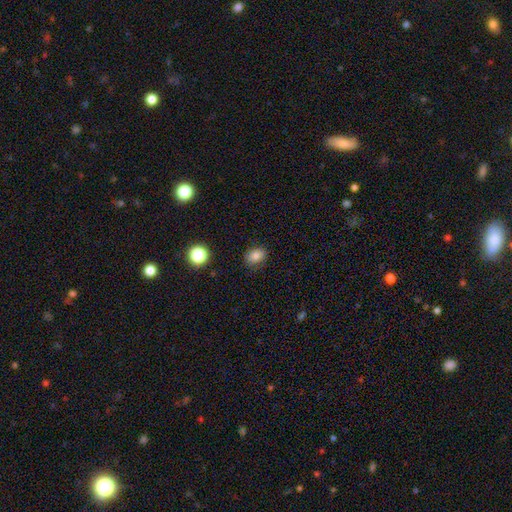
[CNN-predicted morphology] smooth 82%, star or artifact 11%, featured or disk 6%. Down the decision tree: how rounded — in between (61%); merging — none (80%).